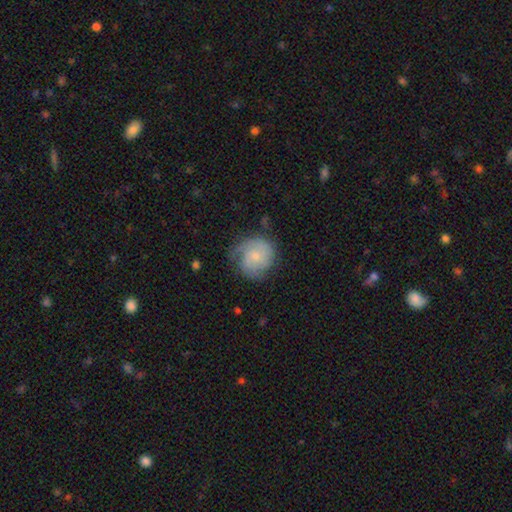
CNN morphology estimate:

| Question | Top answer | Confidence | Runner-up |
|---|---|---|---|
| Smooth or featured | featured or disk | 63% | smooth (31%) |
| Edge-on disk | no | 98% | yes (2%) |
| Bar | no | 72% | weak (25%) |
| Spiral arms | yes | 91% | no (9%) |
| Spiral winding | tight | 54% | medium (34%) |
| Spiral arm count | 2 | 37% | can't tell (27%) |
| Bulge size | small | 64% | moderate (28%) |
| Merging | none | 64% | minor disturbance (24%) |